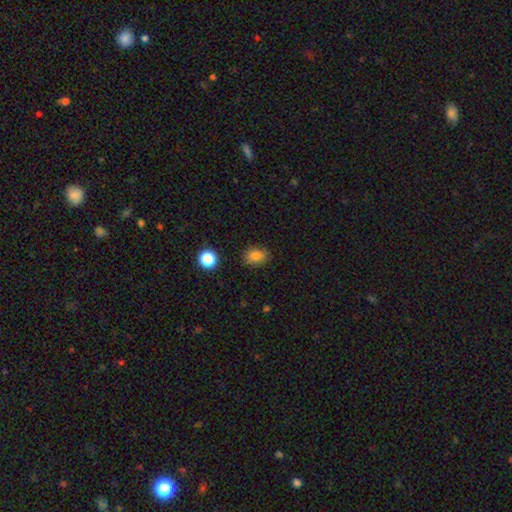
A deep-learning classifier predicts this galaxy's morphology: Smooth or featured: smooth — 82% (star or artifact — 11%)
How rounded: in between — 65% (round — 34%)
Merging: none — 85% (minor disturbance — 11%)